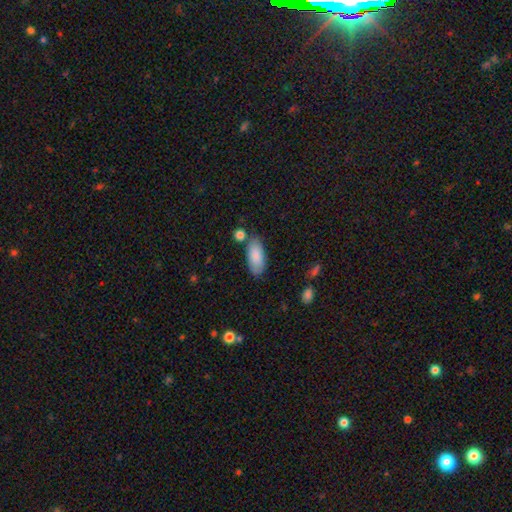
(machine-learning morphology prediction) Q: Smooth or featured?
A: smooth (85%); runner-up: featured or disk (9%)
Q: How rounded?
A: in between (88%); runner-up: cigar-shaped (10%)
Q: Merging?
A: none (68%); runner-up: minor disturbance (18%)